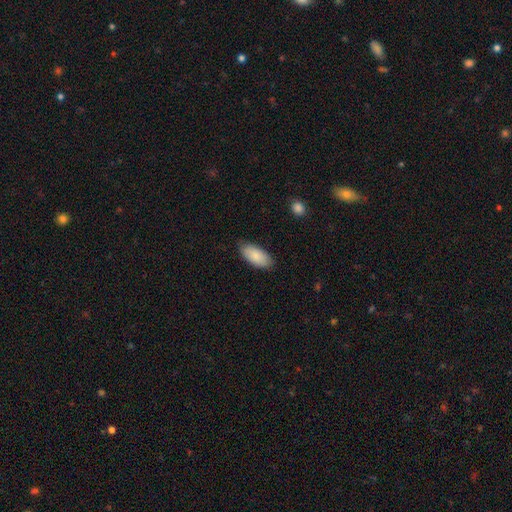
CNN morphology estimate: This is clearly a smooth galaxy (87%). How rounded: clearly in between (91%). Merging: clearly none (82%).